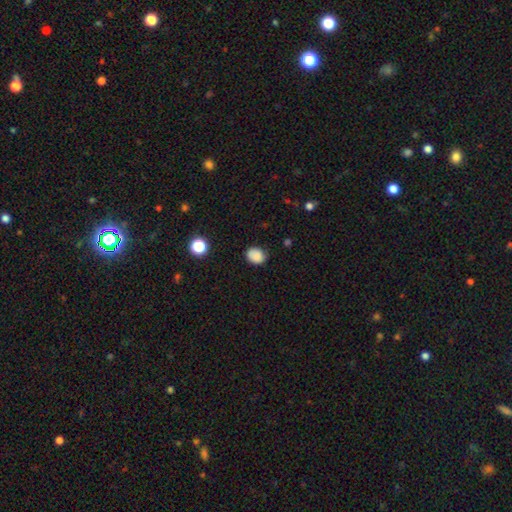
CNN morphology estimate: A smooth galaxy with no disk features (86%) that is round (58%).

Vote fractions:
- Smooth or featured? smooth: 86% / star or artifact: 10% / featured or disk: 4%
- How rounded? round: 58% / in between: 41% / cigar-shaped: 1%
- Merging? none: 79% / minor disturbance: 17% / major disturbance: 3% / merger: 2%